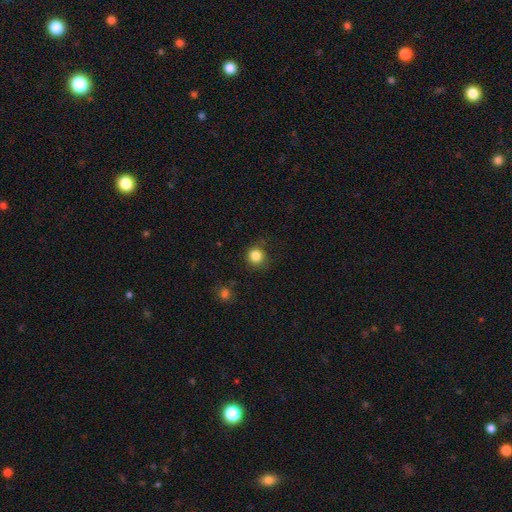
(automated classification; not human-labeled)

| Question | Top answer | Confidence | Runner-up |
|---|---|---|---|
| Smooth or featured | smooth | 84% | star or artifact (11%) |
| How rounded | round | 90% | in between (9%) |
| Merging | none | 78% | minor disturbance (15%) |